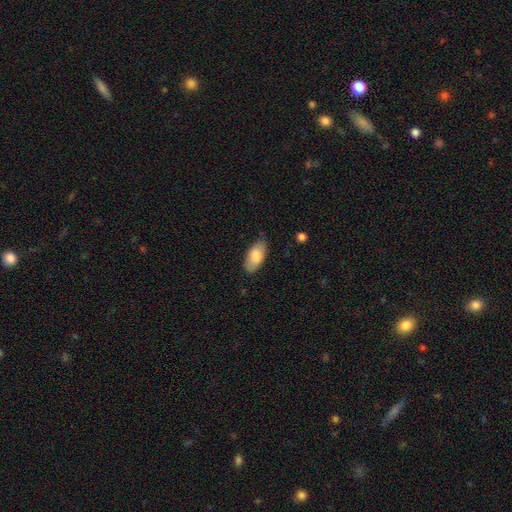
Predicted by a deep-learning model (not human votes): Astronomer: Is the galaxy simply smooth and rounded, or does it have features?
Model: smooth — 82%.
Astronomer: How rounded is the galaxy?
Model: in between — 92%.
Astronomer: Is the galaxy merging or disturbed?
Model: none — 78%.